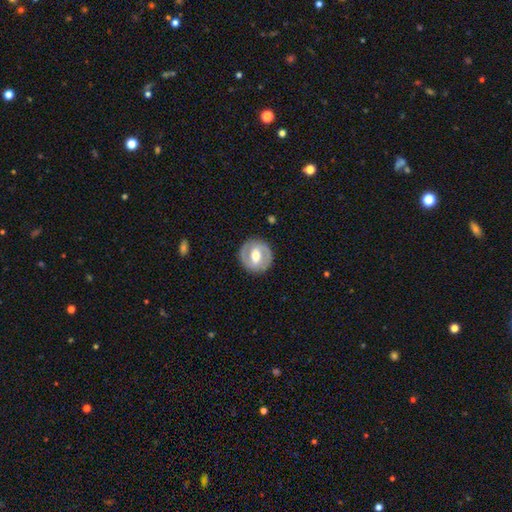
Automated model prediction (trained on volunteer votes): Smooth or featured: featured or disk — 72% (smooth — 23%)
Edge-on disk: no — 97% (yes — 3%)
Bar: strong — 44% (weak — 40%)
Spiral arms: yes — 70% (no — 30%)
Bulge size: moderate — 73% (large — 13%)
Merging: none — 88% (minor disturbance — 8%)